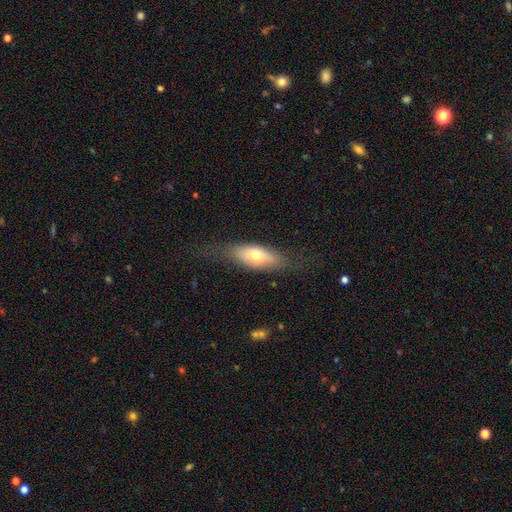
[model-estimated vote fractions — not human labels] Smooth or featured? smooth (61%)
How rounded? in between (72%)
Merging? none (68%)